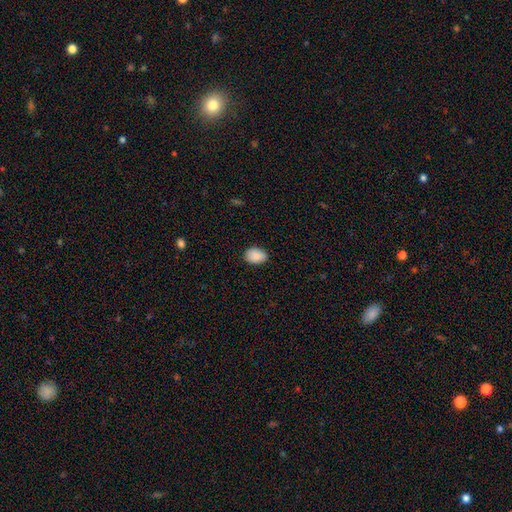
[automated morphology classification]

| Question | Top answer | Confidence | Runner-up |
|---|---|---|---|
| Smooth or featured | smooth | 89% | star or artifact (7%) |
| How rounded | in between | 76% | round (23%) |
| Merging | none | 83% | minor disturbance (14%) |